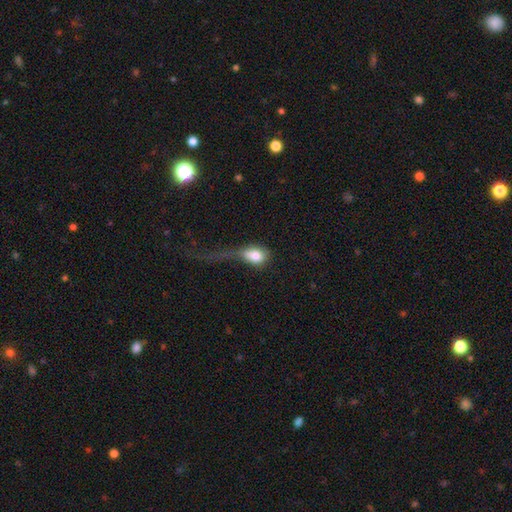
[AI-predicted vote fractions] Smooth or featured?
  - smooth: 77% *
  - featured or disk: 15%
  - star or artifact: 9%
How rounded?
  - in between: 65% *
  - round: 31%
  - cigar-shaped: 4%
Merging?
  - major disturbance: 56% *
  - minor disturbance: 19%
  - none: 18%
  - merger: 7%